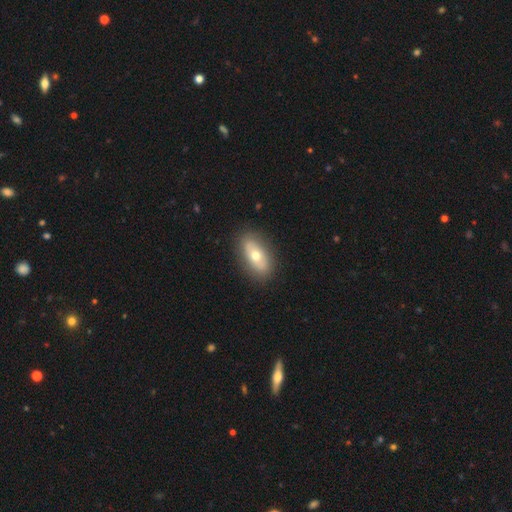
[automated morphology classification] smooth_or_featured: smooth (p=0.57) [alt: featured or disk p=0.36]
how_rounded: in between (p=0.88) [alt: cigar-shaped p=0.07]
merging: none (p=0.85) [alt: minor disturbance p=0.10]